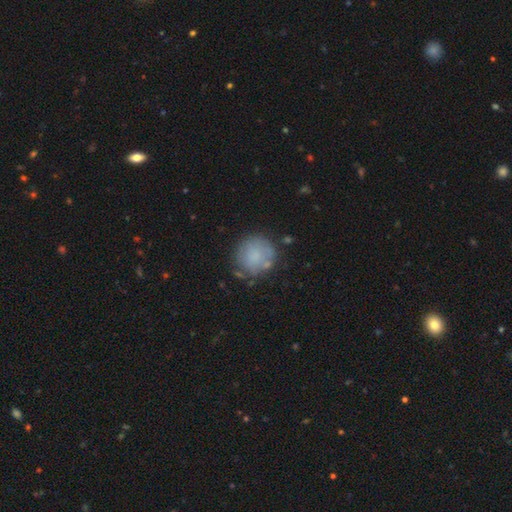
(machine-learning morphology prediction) The model was most divided on "smooth or featured": smooth: 69%, featured or disk: 23%, star or artifact: 8%. More confident: how rounded — round (90%); merging — none (67%).